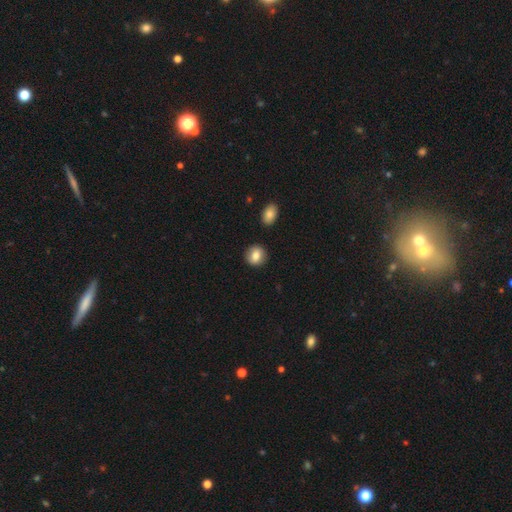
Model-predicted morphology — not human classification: A smooth galaxy with no disk features (82%) that is round (80%). Merging: none (88%).